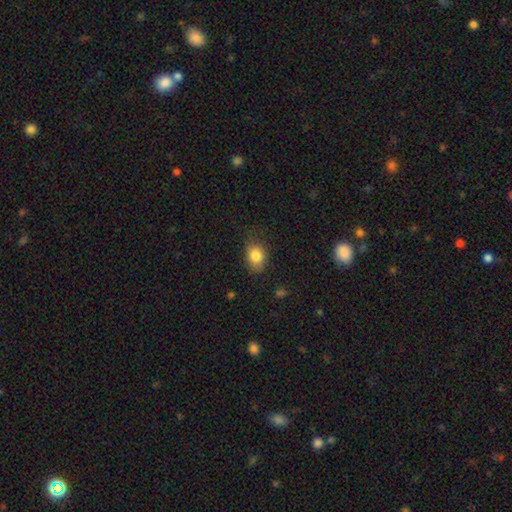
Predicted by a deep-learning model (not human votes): Q: Smooth or featured?
A: smooth (83%); runner-up: star or artifact (9%)
Q: How rounded?
A: in between (68%); runner-up: round (31%)
Q: Merging?
A: none (72%); runner-up: minor disturbance (21%)